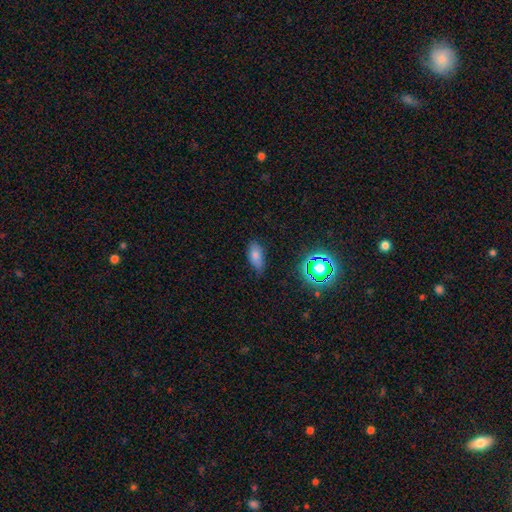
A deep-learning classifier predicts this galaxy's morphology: smooth 75%, star or artifact 15%, featured or disk 10%. Down the decision tree: how rounded — in between (85%); merging — none (72%).